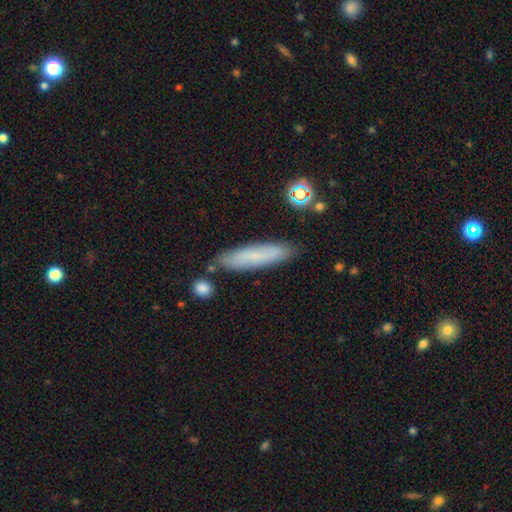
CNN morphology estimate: smooth 68%, featured or disk 23%, star or artifact 9%. Down the decision tree: how rounded — cigar-shaped (79%); merging — none (81%).